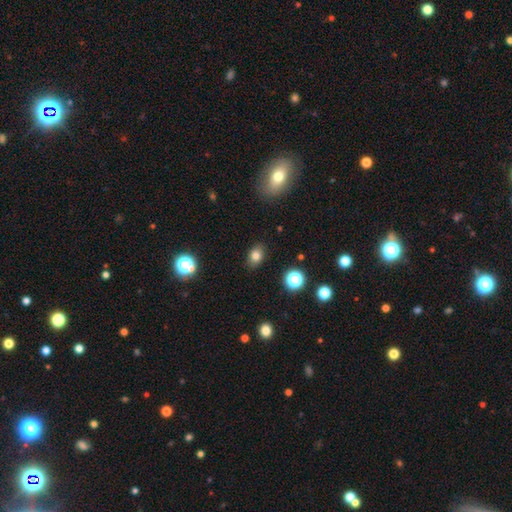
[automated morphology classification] type=smooth (79%); roundness=in between (72%); merging=none (87%).